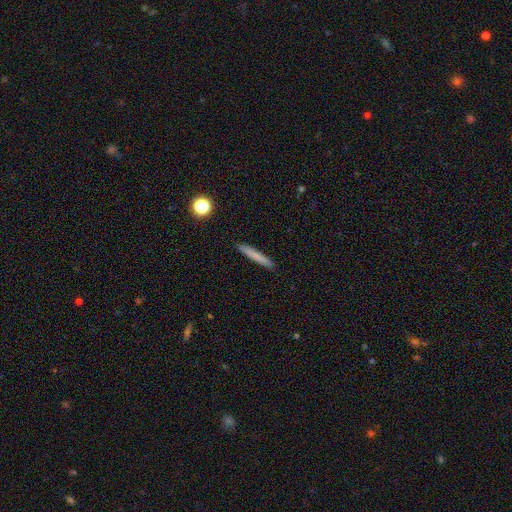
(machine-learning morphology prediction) smooth-or-featured: smooth: 72% | featured or disk: 20% | star or artifact: 8%
  how-rounded: cigar-shaped: 95% | in between: 3% | round: 1%
  merging: none: 91% | minor disturbance: 6% | major disturbance: 2% | merger: 1%